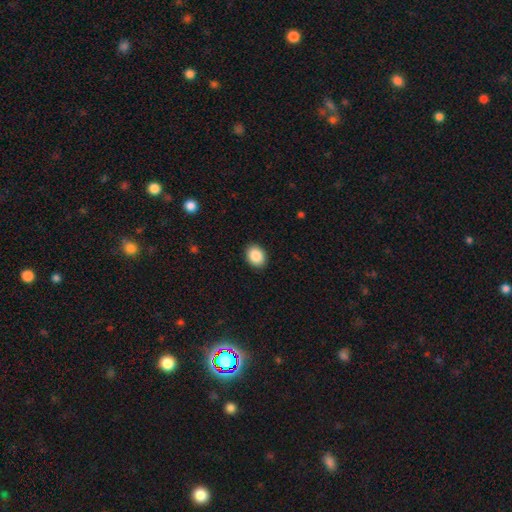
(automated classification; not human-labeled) A smooth galaxy with no disk features (88%) that is in between round and cigar-shaped (61%).

Vote fractions:
- Smooth or featured? smooth: 88% / star or artifact: 8% / featured or disk: 4%
- How rounded? in between: 61% / round: 38% / cigar-shaped: 1%
- Merging? none: 90% / minor disturbance: 7% / major disturbance: 2% / merger: 1%